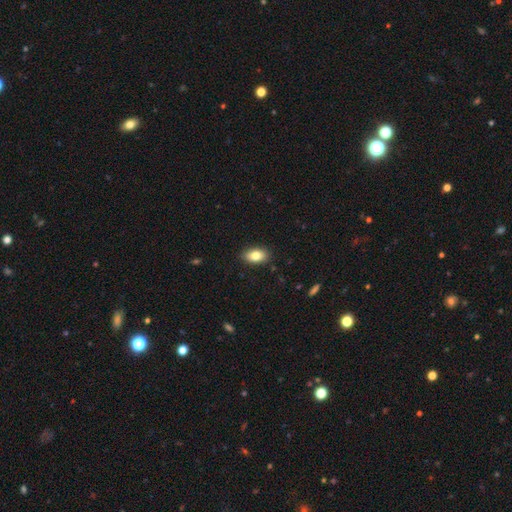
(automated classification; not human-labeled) This appears to be a smooth galaxy with no disk features (82%) that is in between round and cigar-shaped (91%). Merging: none (88%).